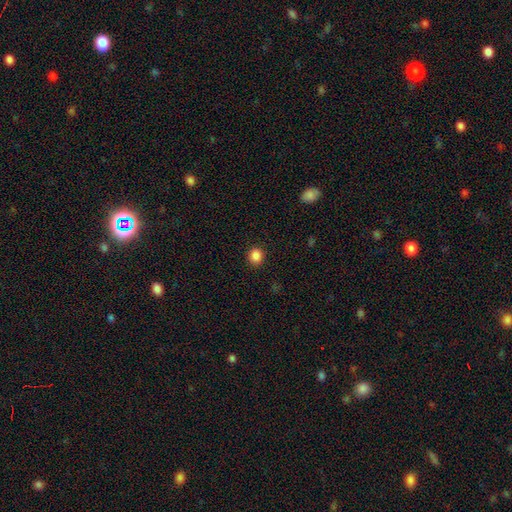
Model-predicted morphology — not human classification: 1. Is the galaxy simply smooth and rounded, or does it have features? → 87% smooth, 10% star or artifact, 3% featured or disk.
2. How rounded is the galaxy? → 77% round, 22% in between, 1% cigar-shaped.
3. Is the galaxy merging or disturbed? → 91% none, 6% minor disturbance, 2% major disturbance, 1% merger.